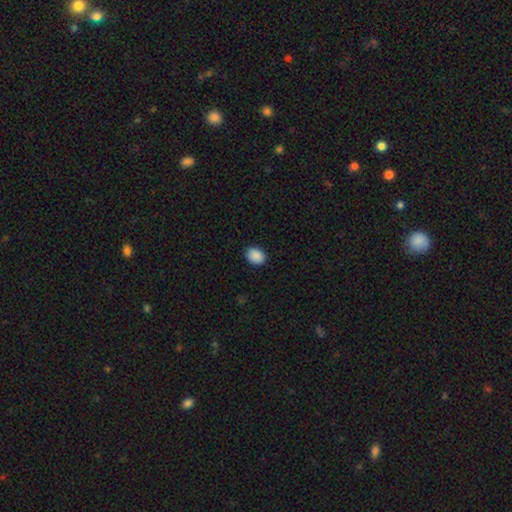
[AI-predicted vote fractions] Smooth or featured? Predicted: smooth (p=0.90). How rounded? Predicted: in between (p=0.63). Merging? Predicted: none (p=0.89).